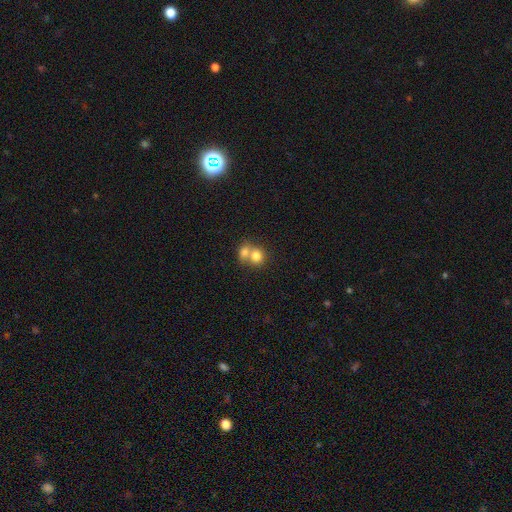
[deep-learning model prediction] Smooth or featured?
  - smooth: 77% *
  - featured or disk: 13%
  - star or artifact: 10%
How rounded?
  - round: 69% *
  - in between: 30%
  - cigar-shaped: 1%
Merging?
  - merger: 65% *
  - none: 27%
  - minor disturbance: 6%
  - major disturbance: 3%